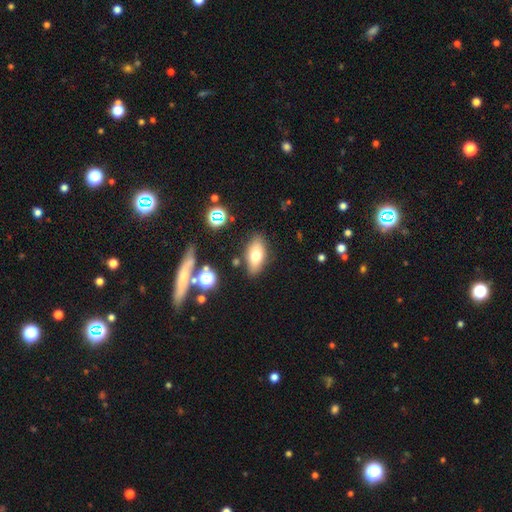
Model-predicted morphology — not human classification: Smooth or featured?
  - smooth: 71% *
  - featured or disk: 19%
  - star or artifact: 10%
How rounded?
  - in between: 85% *
  - cigar-shaped: 10%
  - round: 5%
Merging?
  - none: 81% *
  - minor disturbance: 12%
  - merger: 4%
  - major disturbance: 3%